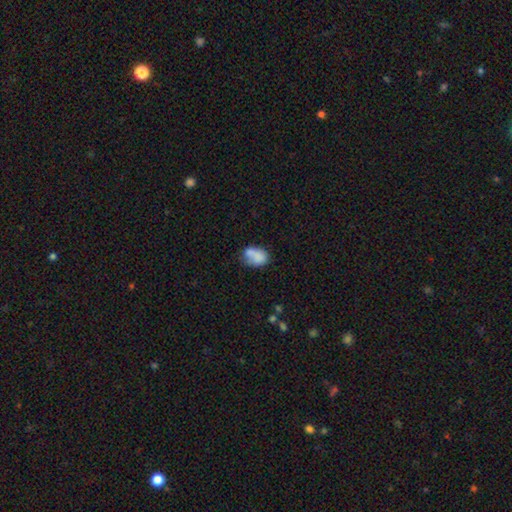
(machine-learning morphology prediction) smooth-or-featured: smooth: 77% | featured or disk: 14% | star or artifact: 9%
  how-rounded: in between: 79% | round: 20% | cigar-shaped: 2%
  merging: none: 47% | minor disturbance: 26% | merger: 17% | major disturbance: 10%